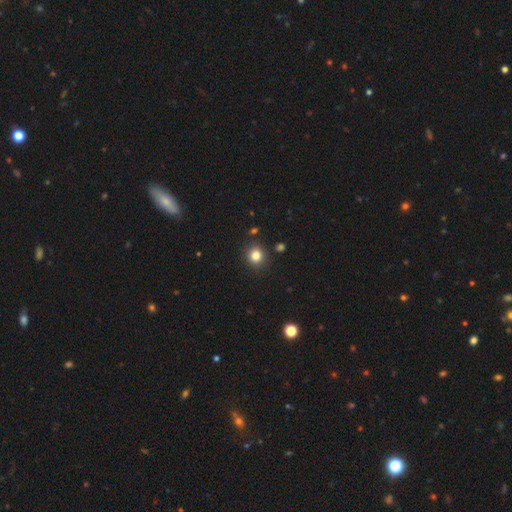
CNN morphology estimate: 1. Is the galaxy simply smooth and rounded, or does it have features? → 81% smooth, 13% star or artifact, 6% featured or disk.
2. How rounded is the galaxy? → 88% round, 11% in between, 1% cigar-shaped.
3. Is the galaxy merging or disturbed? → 89% none, 6% minor disturbance, 2% merger, 2% major disturbance.